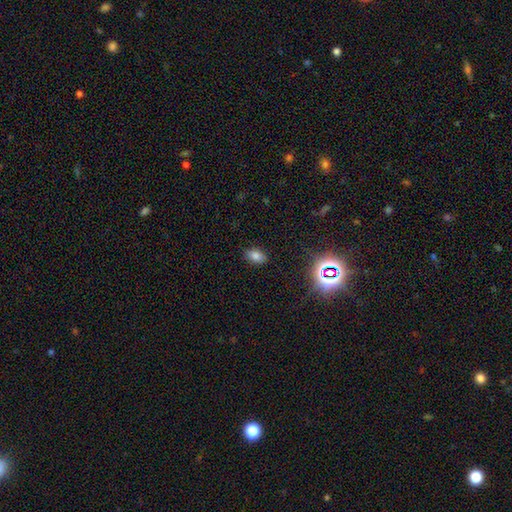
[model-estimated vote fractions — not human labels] smooth_or_featured: smooth (p=0.77) [alt: star or artifact p=0.16]
how_rounded: in between (p=0.89) [alt: round p=0.09]
merging: none (p=0.85) [alt: minor disturbance p=0.11]